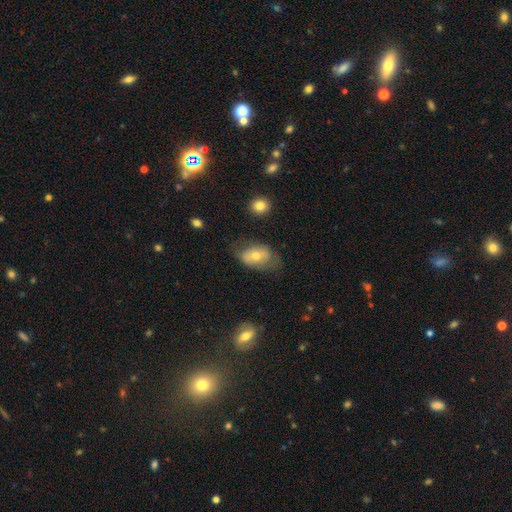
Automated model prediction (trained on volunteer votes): smooth 58%, featured or disk 34%, star or artifact 8%. Down the decision tree: how rounded — in between (83%); merging — none (54%).